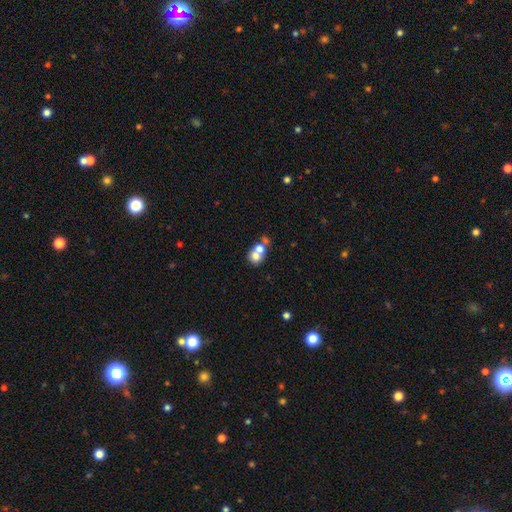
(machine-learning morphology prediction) smooth 65%, featured or disk 23%, star or artifact 12%. Down the decision tree: how rounded — round (67%); merging — merger (64%).